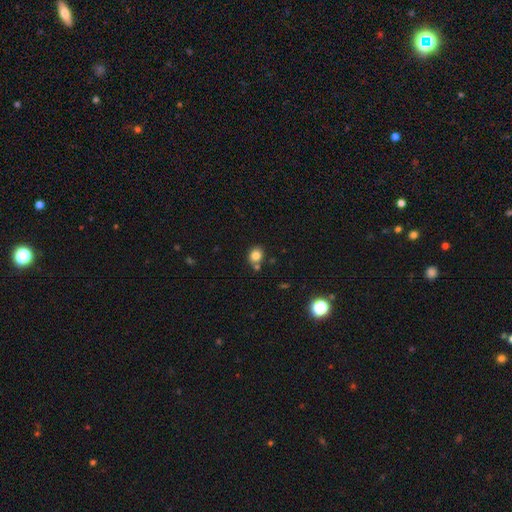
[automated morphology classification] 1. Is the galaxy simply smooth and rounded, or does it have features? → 82% smooth, 12% star or artifact, 7% featured or disk.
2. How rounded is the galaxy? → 68% round, 31% in between, 1% cigar-shaped.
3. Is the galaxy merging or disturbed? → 70% none, 15% merger, 12% minor disturbance, 3% major disturbance.